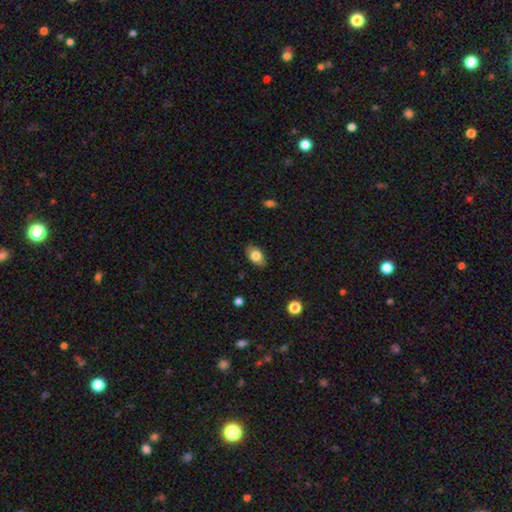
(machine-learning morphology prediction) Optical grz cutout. It shows a smooth galaxy with no disk features (79%) that is in between round and cigar-shaped (88%). Merging: none (86%).